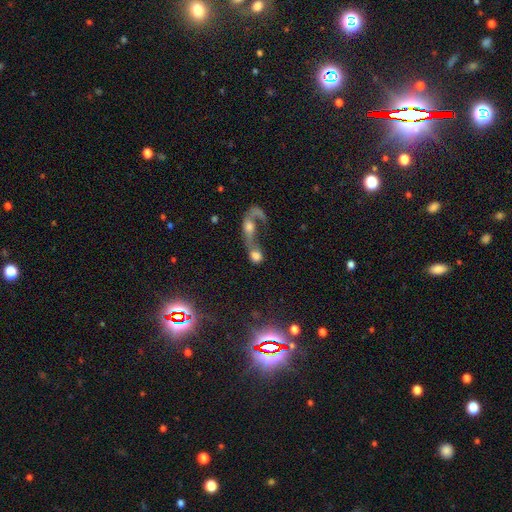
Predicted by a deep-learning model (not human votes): smooth-or-featured: smooth: 57% | featured or disk: 29% | star or artifact: 14%
  how-rounded: round: 52% | in between: 43% | cigar-shaped: 5%
  merging: merger: 71% | none: 12% | major disturbance: 12% | minor disturbance: 5%